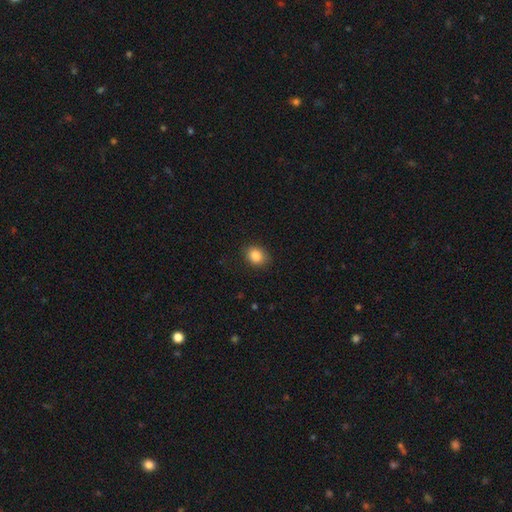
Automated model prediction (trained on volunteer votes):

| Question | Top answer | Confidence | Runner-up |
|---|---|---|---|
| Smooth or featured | smooth | 86% | star or artifact (9%) |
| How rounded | round | 50% | in between (49%) |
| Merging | none | 86% | minor disturbance (11%) |